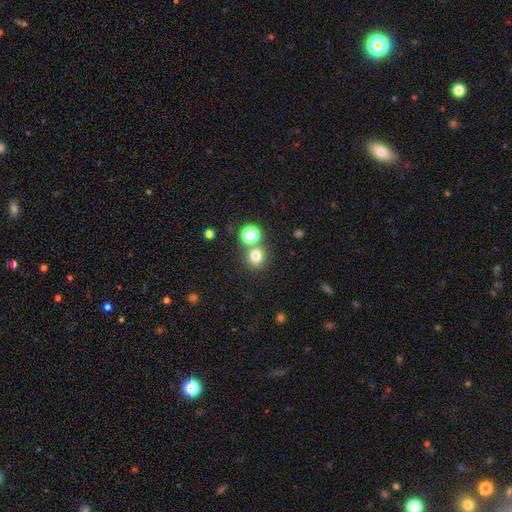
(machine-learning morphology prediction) A smooth galaxy with no disk features (74%) that is round (86%).

Vote fractions:
- Smooth or featured? smooth: 74% / star or artifact: 18% / featured or disk: 7%
- How rounded? round: 86% / in between: 13% / cigar-shaped: 1%
- Merging? none: 71% / merger: 19% / minor disturbance: 7% / major disturbance: 3%